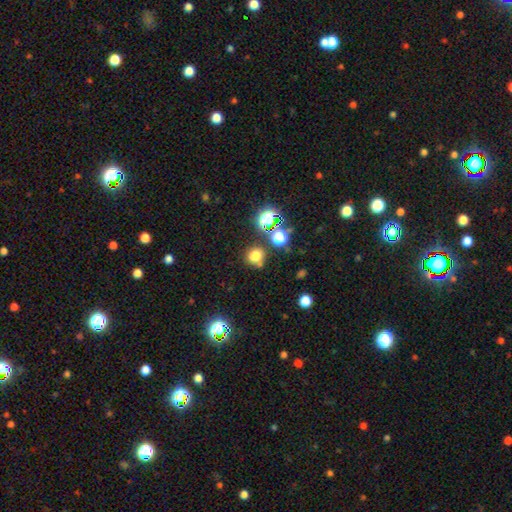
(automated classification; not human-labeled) Smooth or featured: smooth — 71% (star or artifact — 23%)
How rounded: round — 85% (in between — 14%)
Merging: none — 72% (minor disturbance — 12%)